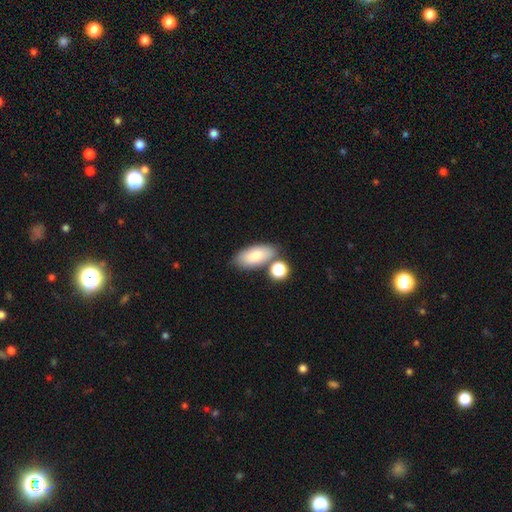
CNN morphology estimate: Smooth or featured? smooth (79%)
How rounded? in between (89%)
Merging? none (69%)